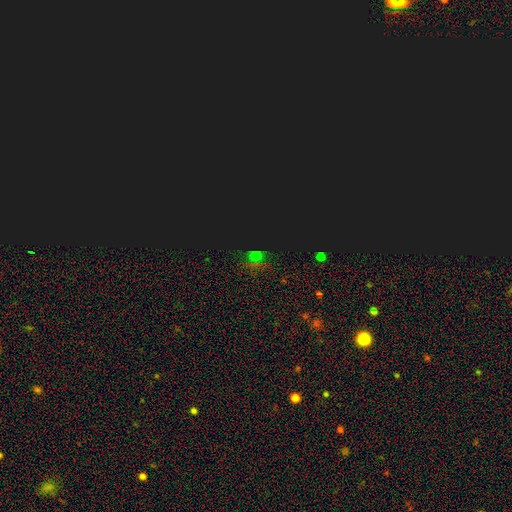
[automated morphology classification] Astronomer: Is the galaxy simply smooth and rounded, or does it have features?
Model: star or artifact — 69%.